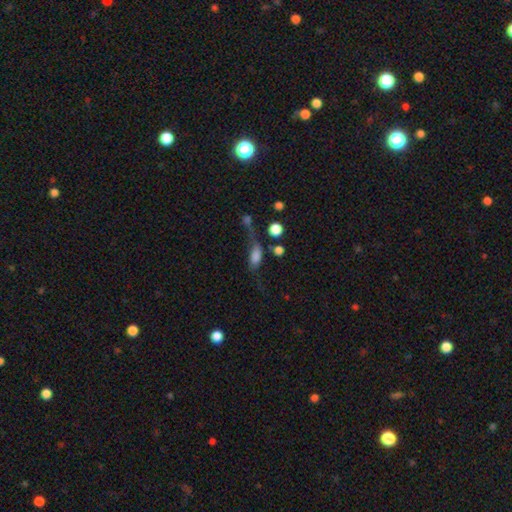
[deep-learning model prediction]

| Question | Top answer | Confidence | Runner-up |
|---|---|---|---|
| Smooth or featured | smooth | 70% | featured or disk (18%) |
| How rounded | in between | 79% | cigar-shaped (11%) |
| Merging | major disturbance | 34% | none (26%) |